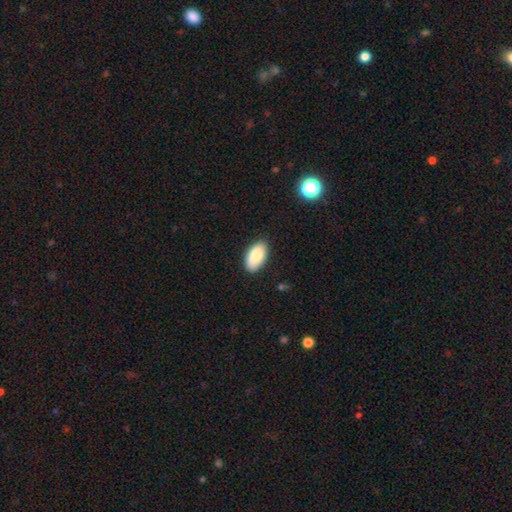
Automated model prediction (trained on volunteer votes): A smooth galaxy with no disk features (85%) that is in between round and cigar-shaped (95%).

Vote fractions:
- Smooth or featured? smooth: 85% / featured or disk: 9% / star or artifact: 7%
- How rounded? in between: 95% / round: 3% / cigar-shaped: 2%
- Merging? none: 87% / minor disturbance: 10% / major disturbance: 2% / merger: 1%